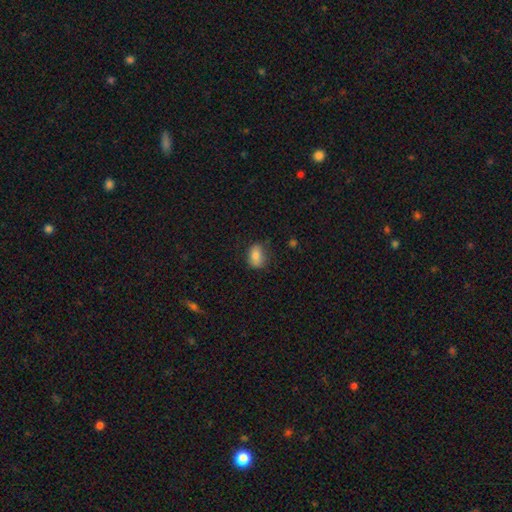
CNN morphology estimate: This appears to be a smooth galaxy with no disk features (80%) that is in between round and cigar-shaped (77%). Merging: none (74%).